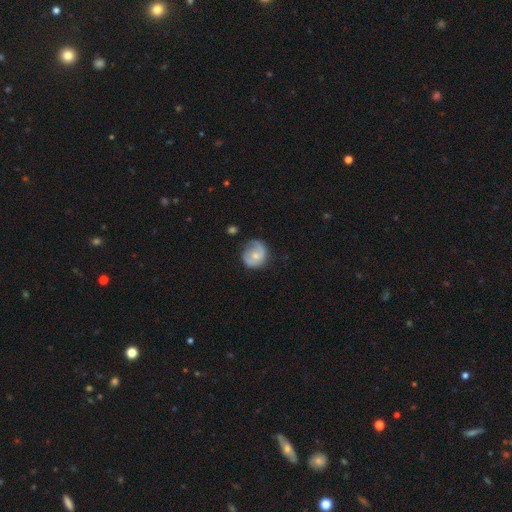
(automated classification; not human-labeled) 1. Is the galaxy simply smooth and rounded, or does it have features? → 47% featured or disk, 46% smooth, 7% star or artifact.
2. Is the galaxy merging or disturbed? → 58% none, 28% minor disturbance, 12% major disturbance, 2% merger.